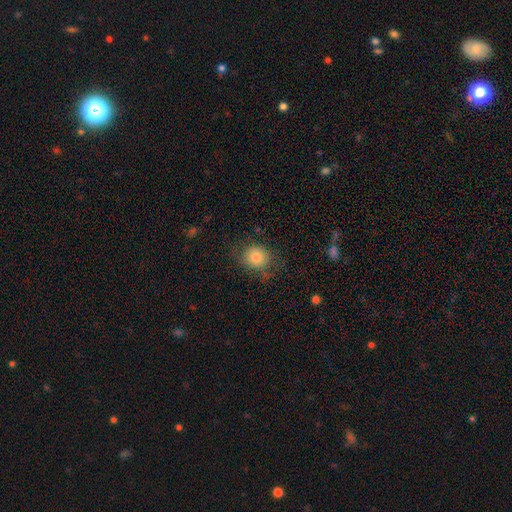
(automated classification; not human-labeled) Morphology: type=smooth (80%); roundness=round (78%); merging=none (70%).